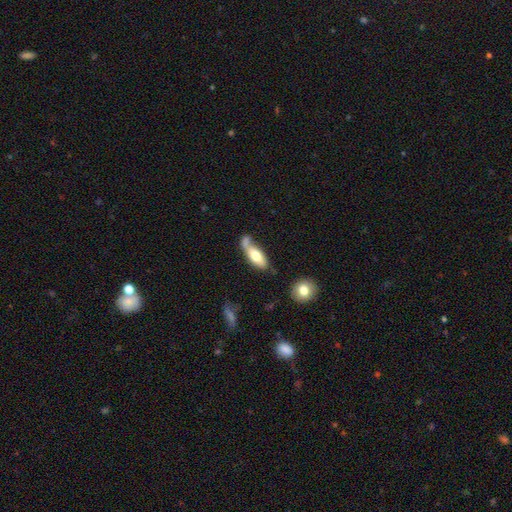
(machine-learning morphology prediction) A smooth galaxy with no disk features (64%) that is in between round and cigar-shaped (76%). Merging: none (37%).